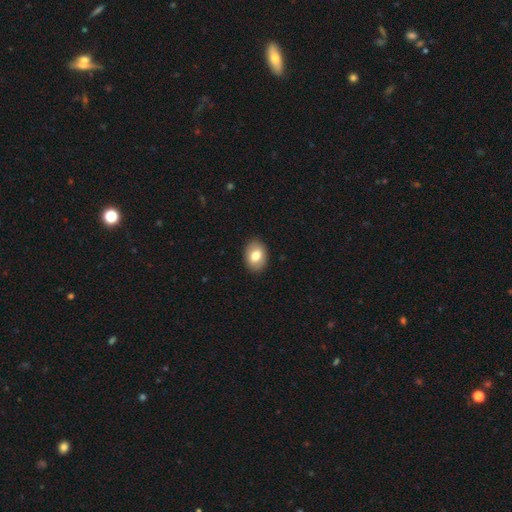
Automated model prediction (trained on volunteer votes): smooth_or_featured: smooth (p=0.79) [alt: featured or disk p=0.14]
how_rounded: in between (p=0.74) [alt: round p=0.25]
merging: none (p=0.90) [alt: minor disturbance p=0.07]